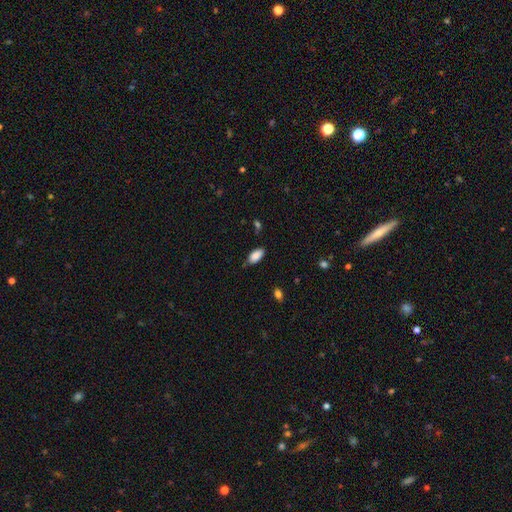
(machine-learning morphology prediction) This is clearly a smooth galaxy (88%). How rounded: clearly in between (93%). Merging: likely none (78%).